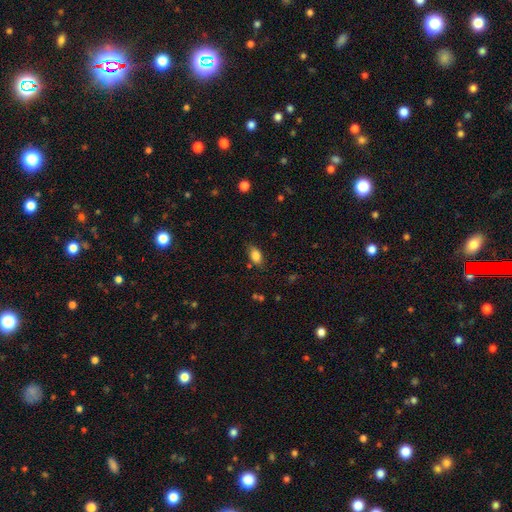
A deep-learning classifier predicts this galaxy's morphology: This appears to be a smooth galaxy with no disk features (83%) that is in between round and cigar-shaped (87%). Merging: none (74%).